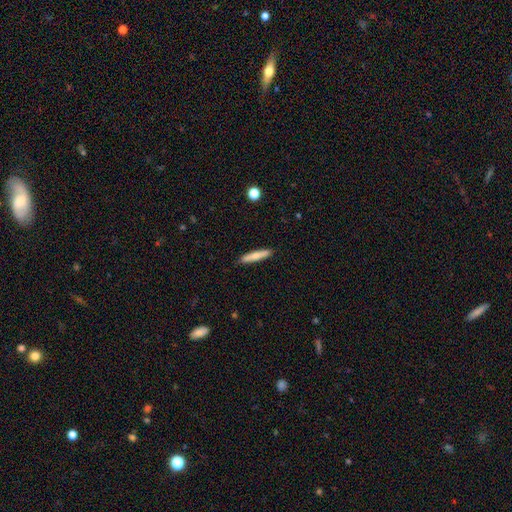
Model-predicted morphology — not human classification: Smooth or featured? smooth (68%)
How rounded? cigar-shaped (90%)
Merging? none (88%)